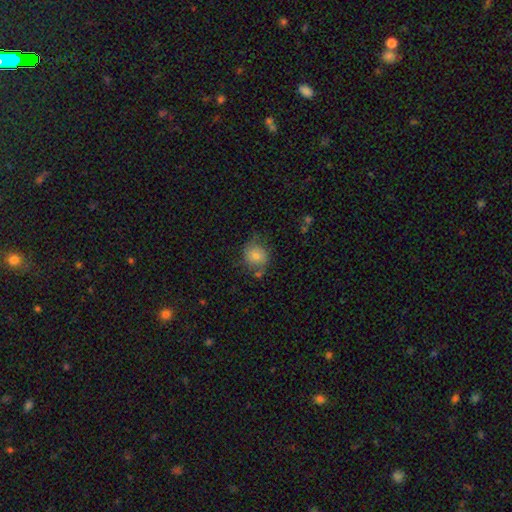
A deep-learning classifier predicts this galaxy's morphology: Q: Smooth or featured?
A: smooth (68%); runner-up: featured or disk (21%)
Q: How rounded?
A: round (78%); runner-up: in between (21%)
Q: Merging?
A: none (61%); runner-up: minor disturbance (24%)